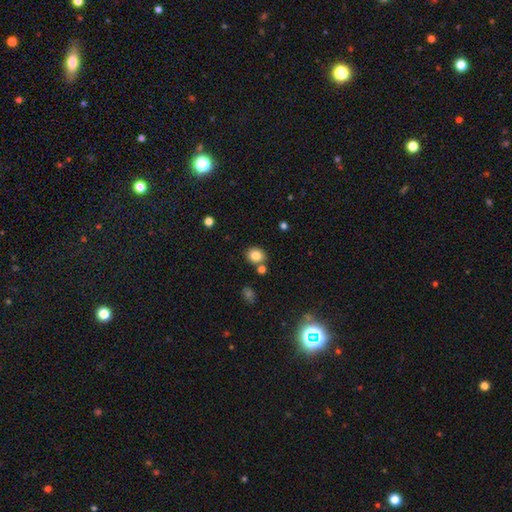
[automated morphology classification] A smooth galaxy with no disk features (82%) that is round (68%).

Vote fractions:
- Smooth or featured? smooth: 82% / star or artifact: 11% / featured or disk: 7%
- How rounded? round: 68% / in between: 31% / cigar-shaped: 1%
- Merging? none: 78% / merger: 10% / minor disturbance: 10% / major disturbance: 3%